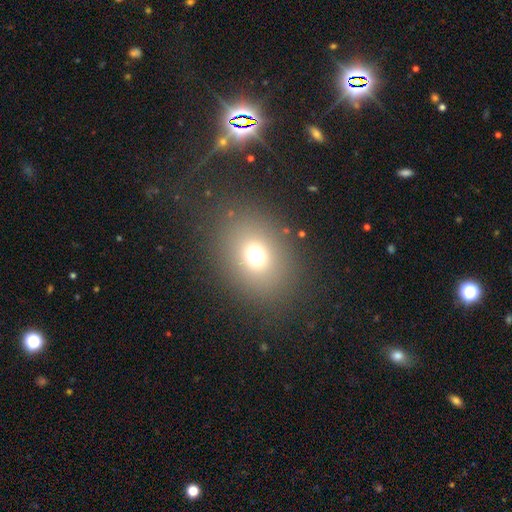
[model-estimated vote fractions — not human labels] Smooth or featured: smooth — 69% (star or artifact — 20%)
How rounded: round — 51% (in between — 48%)
Merging: none — 84% (minor disturbance — 8%)